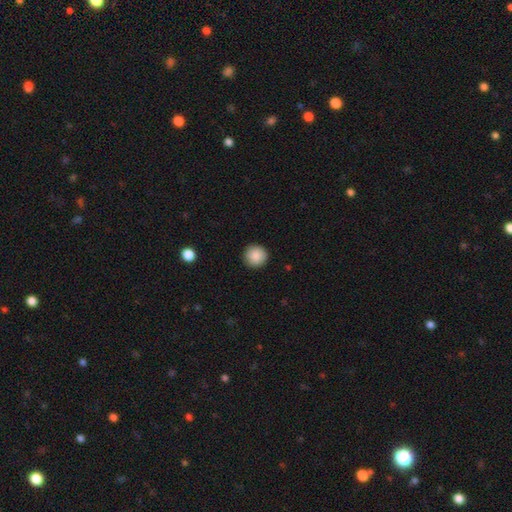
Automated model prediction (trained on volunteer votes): A smooth galaxy with no disk features (88%) that is round (95%).

Vote fractions:
- Smooth or featured? smooth: 88% / star or artifact: 8% / featured or disk: 4%
- How rounded? round: 95% / in between: 4% / cigar-shaped: 1%
- Merging? none: 91% / minor disturbance: 6% / major disturbance: 2% / merger: 1%